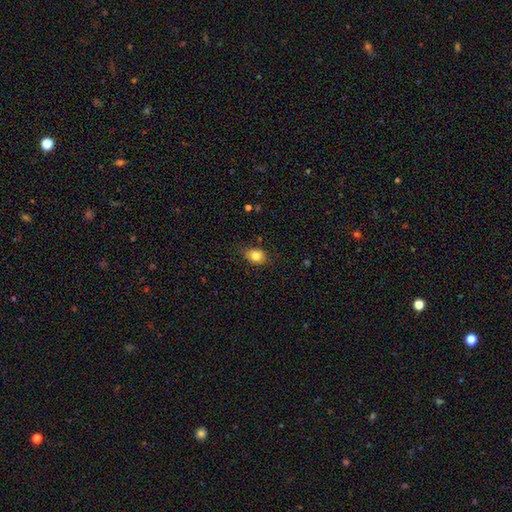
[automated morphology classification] Smooth or featured? Predicted: smooth (p=0.81). How rounded? Predicted: in between (p=0.56). Merging? Predicted: none (p=0.76).